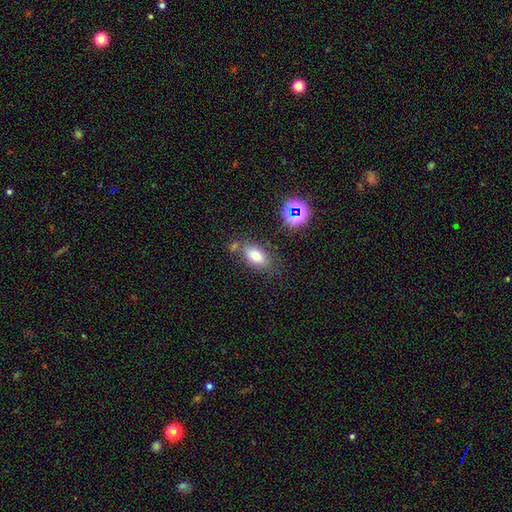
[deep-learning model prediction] Smooth or featured? Predicted: smooth (p=0.76). How rounded? Predicted: in between (p=0.87). Merging? Predicted: none (p=0.68).